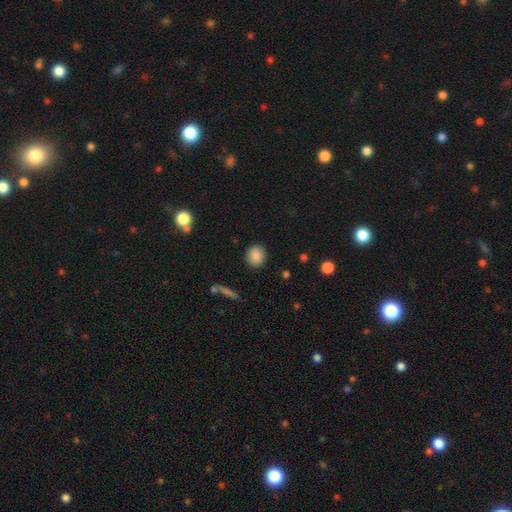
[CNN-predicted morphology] This appears to be a smooth galaxy with no disk features (87%) that is round (78%). Merging: none (90%).